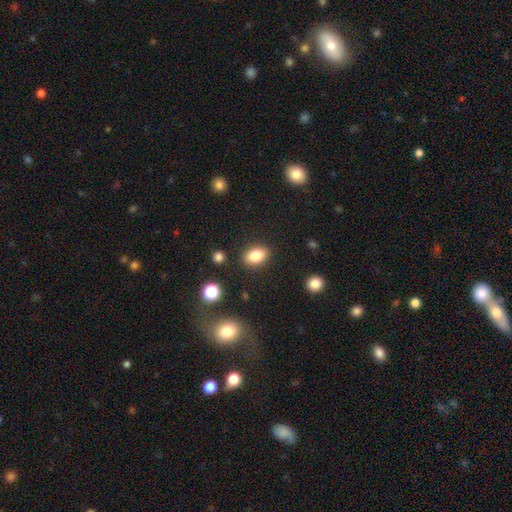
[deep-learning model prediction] Smooth or featured?
  - smooth: 83% *
  - star or artifact: 9%
  - featured or disk: 8%
How rounded?
  - in between: 84% *
  - round: 14%
  - cigar-shaped: 2%
Merging?
  - none: 86% *
  - minor disturbance: 9%
  - major disturbance: 2%
  - merger: 2%